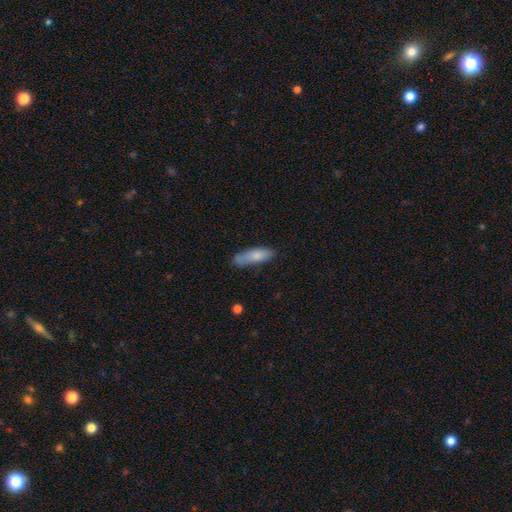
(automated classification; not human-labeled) Smooth or featured? Predicted: smooth (p=0.81). How rounded? Predicted: cigar-shaped (p=0.52). Merging? Predicted: none (p=0.63).